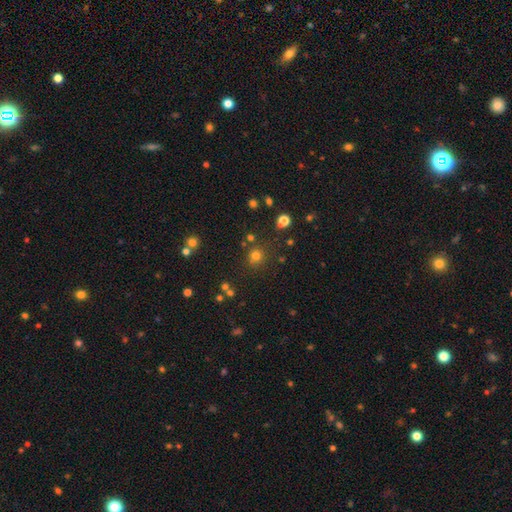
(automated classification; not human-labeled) Smooth or featured? Predicted: smooth (p=0.73). How rounded? Predicted: round (p=0.88). Merging? Predicted: none (p=0.80).